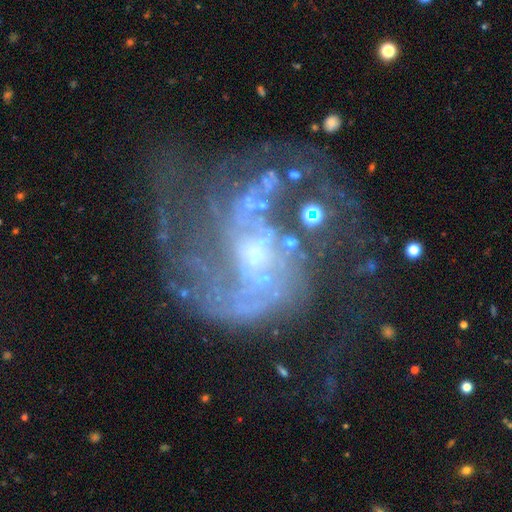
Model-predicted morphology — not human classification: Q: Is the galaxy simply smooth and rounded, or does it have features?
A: featured or disk — 86%.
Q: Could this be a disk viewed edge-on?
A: no — 98%.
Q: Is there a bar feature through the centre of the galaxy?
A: no — 52%.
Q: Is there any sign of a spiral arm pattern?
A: yes — 88%.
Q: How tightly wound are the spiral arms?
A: medium — 45%.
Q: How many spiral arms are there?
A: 2 — 47%.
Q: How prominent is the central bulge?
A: small — 46%.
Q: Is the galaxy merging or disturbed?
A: major disturbance — 38%, tied with none.